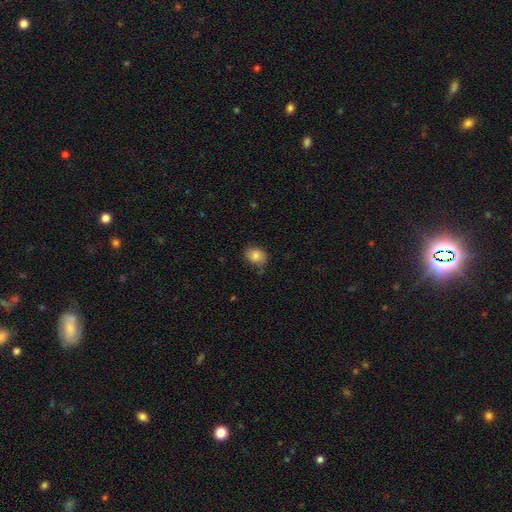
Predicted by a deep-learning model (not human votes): Smooth or featured: smooth — 81% (featured or disk — 10%)
How rounded: in between — 56% (round — 43%)
Merging: none — 71% (minor disturbance — 22%)